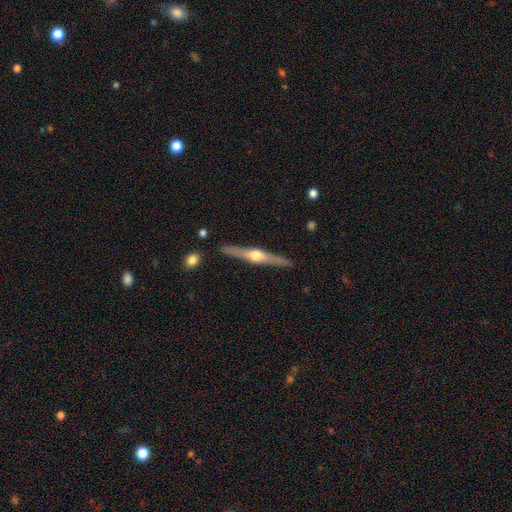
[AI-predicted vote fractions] Overall: featured or disk (77%). Edge-on disk: yes (98%). Edge-on bulge: rounded (94%). Merging: none (90%).